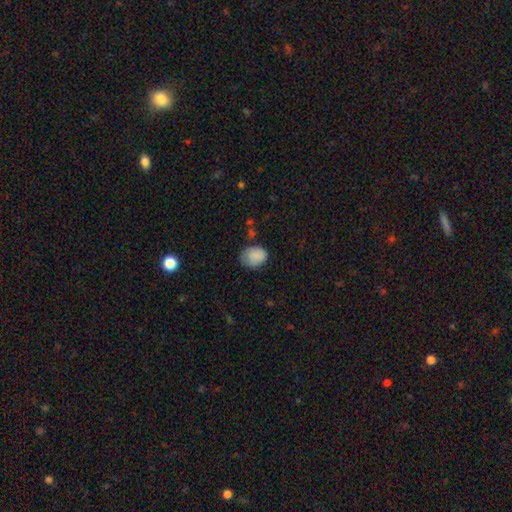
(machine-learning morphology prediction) Q: Smooth or featured?
A: smooth (85%); runner-up: star or artifact (8%)
Q: How rounded?
A: in between (64%); runner-up: round (35%)
Q: Merging?
A: none (57%); runner-up: minor disturbance (32%)